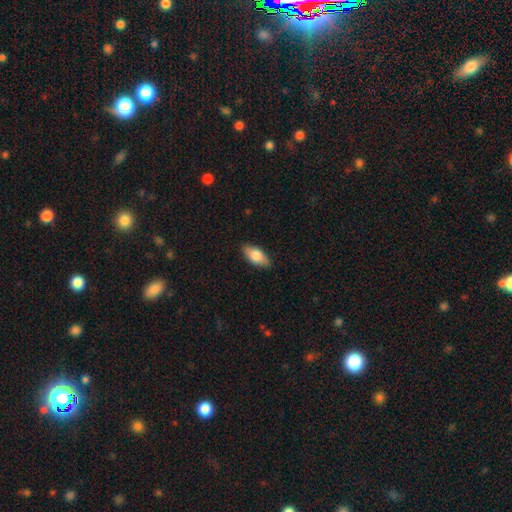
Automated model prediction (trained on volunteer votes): smooth_or_featured: smooth (p=0.77) [alt: featured or disk p=0.17]
how_rounded: in between (p=0.88) [alt: cigar-shaped p=0.09]
merging: none (p=0.86) [alt: minor disturbance p=0.11]